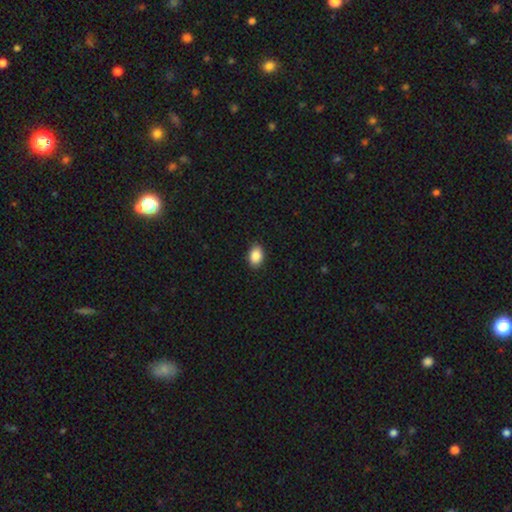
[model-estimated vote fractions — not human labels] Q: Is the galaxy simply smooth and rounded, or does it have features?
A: smooth — 88%.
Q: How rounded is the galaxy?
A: in between — 82%.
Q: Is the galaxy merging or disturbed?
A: none — 88%.